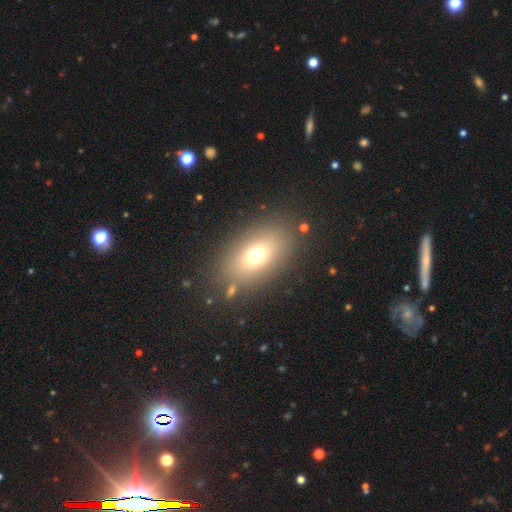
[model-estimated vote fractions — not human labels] Smooth or featured: smooth — 70% (featured or disk — 16%)
How rounded: in between — 78% (round — 19%)
Merging: none — 81% (minor disturbance — 9%)